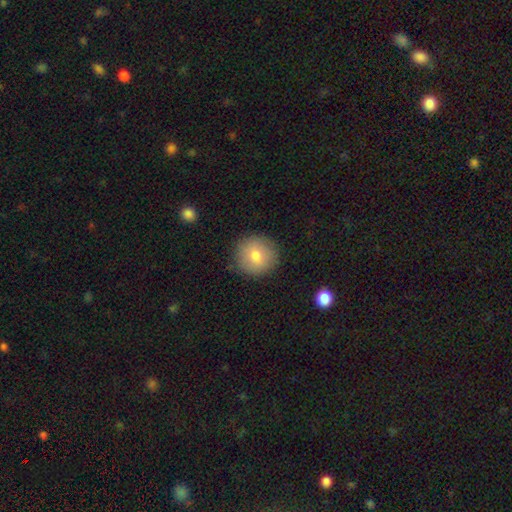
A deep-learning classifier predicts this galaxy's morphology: type=smooth (78%); roundness=round (93%); merging=none (88%).